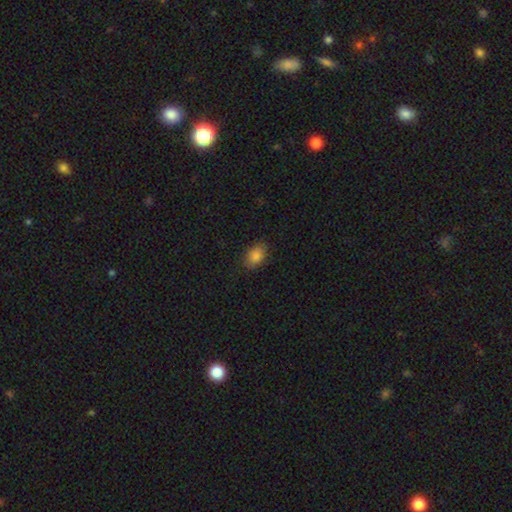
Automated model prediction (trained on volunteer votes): The model was most divided on "merging": none: 84%, minor disturbance: 12%, major disturbance: 3%, merger: 1%. More confident: smooth or featured — smooth (86%); how rounded — in between (86%).